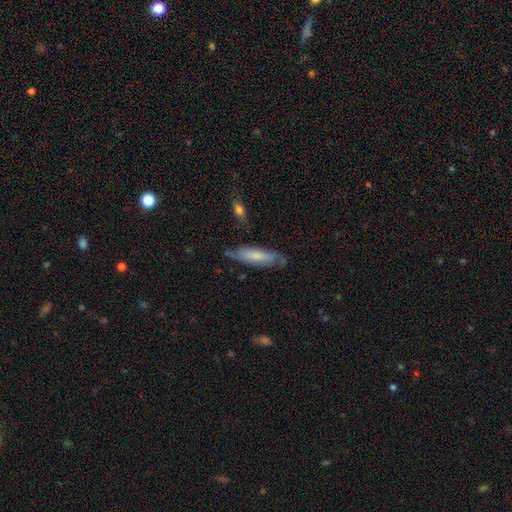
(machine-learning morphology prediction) This appears to be a smooth galaxy with no disk features (55%) that is cigar-shaped (60%). Merging: none (71%).